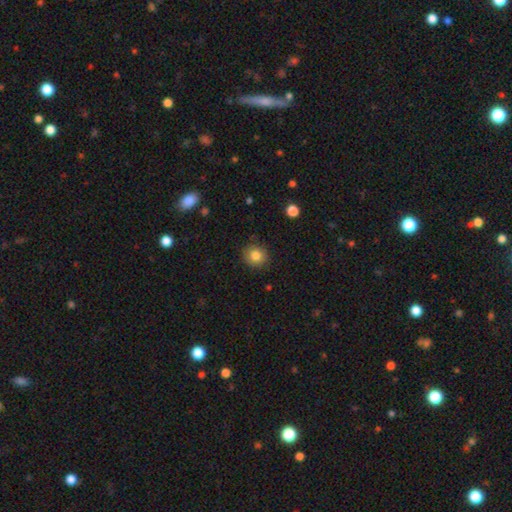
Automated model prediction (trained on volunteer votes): smooth_or_featured: smooth (p=0.83) [alt: star or artifact p=0.10]
how_rounded: round (p=0.84) [alt: in between p=0.15]
merging: none (p=0.88) [alt: minor disturbance p=0.09]